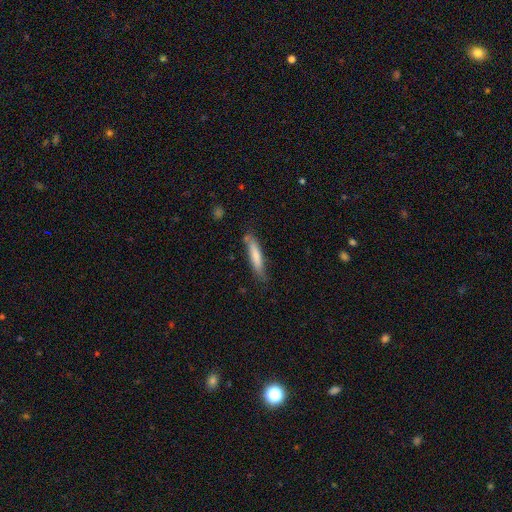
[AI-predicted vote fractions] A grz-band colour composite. It shows a smooth galaxy with no disk features (74%) that is cigar-shaped (87%). Merging: none (70%).